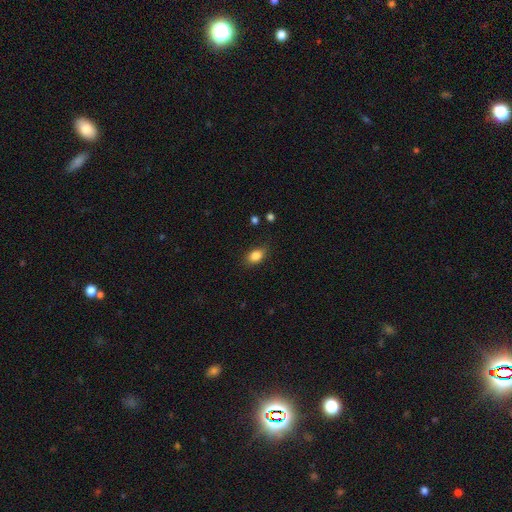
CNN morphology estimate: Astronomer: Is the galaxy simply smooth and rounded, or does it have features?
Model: smooth — 85%.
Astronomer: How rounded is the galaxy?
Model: in between — 82%.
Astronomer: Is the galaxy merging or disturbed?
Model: none — 82%.